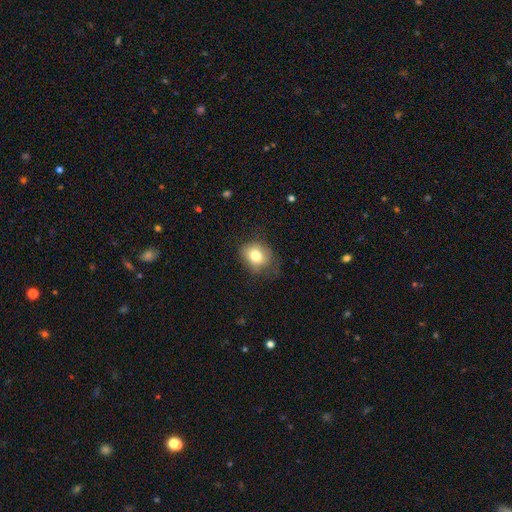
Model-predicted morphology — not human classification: Smooth or featured? smooth (78%)
How rounded? round (59%)
Merging? none (68%)